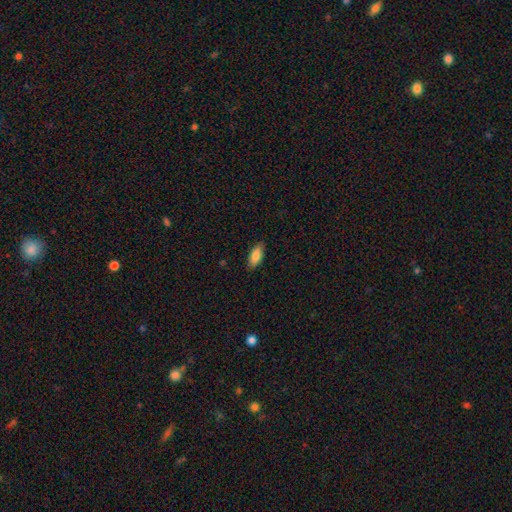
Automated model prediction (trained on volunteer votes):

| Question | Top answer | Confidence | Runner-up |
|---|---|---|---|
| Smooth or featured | smooth | 85% | featured or disk (9%) |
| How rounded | in between | 84% | cigar-shaped (13%) |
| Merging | none | 87% | minor disturbance (10%) |